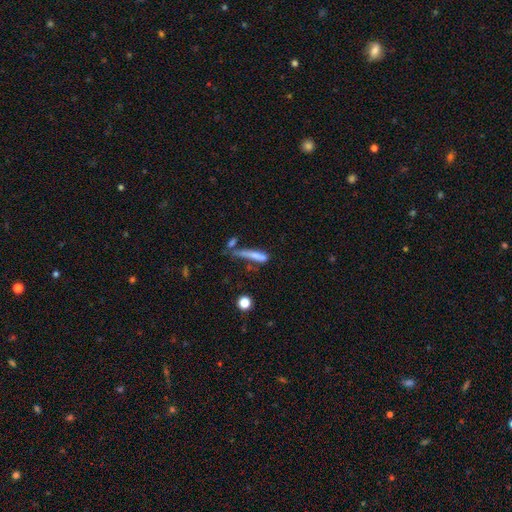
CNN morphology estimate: Smooth or featured? Predicted: smooth (p=0.69). How rounded? Predicted: cigar-shaped (p=0.84). Merging? Predicted: none (p=0.39).